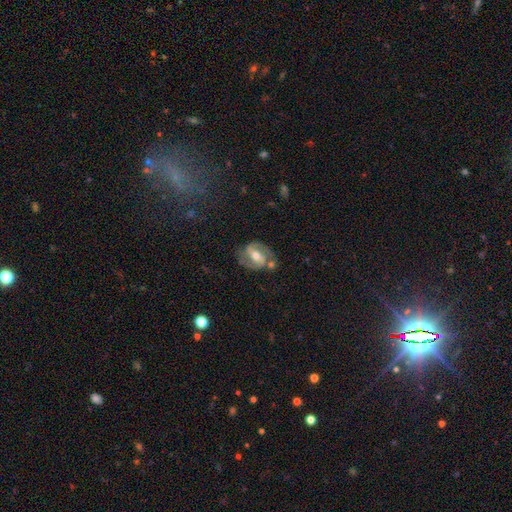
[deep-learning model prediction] featured or disk 78%, smooth 16%, star or artifact 6%. Down the decision tree: edge-on disk — no (96%); bar — strong (43%); spiral arms — yes (88%); spiral arm count — 2 (88%); spiral winding — medium (51%); bulge size — moderate (67%); merging — none (66%).